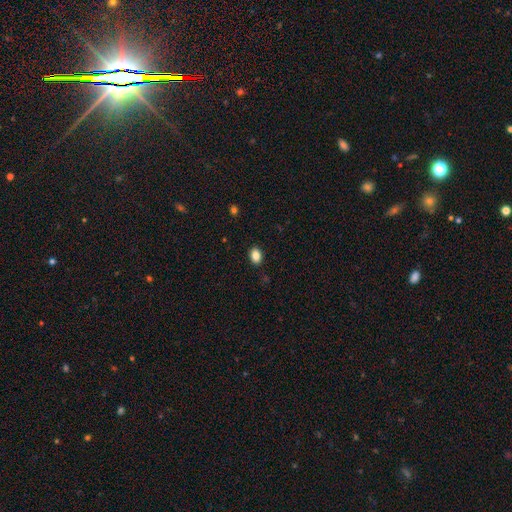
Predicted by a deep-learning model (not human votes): Smooth or featured: smooth — 86% (star or artifact — 9%)
How rounded: in between — 77% (round — 21%)
Merging: none — 89% (minor disturbance — 8%)